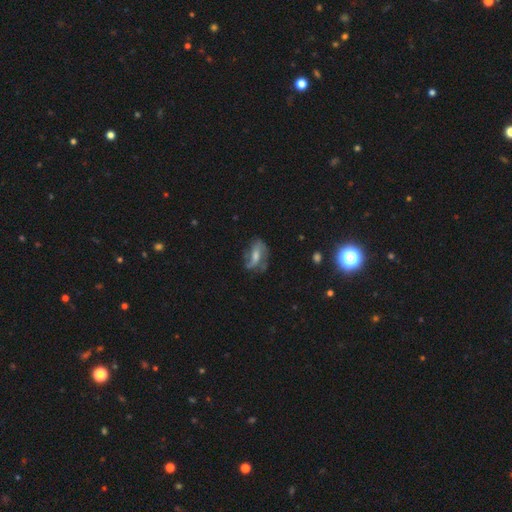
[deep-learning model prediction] Smooth or featured?
  - featured or disk: 58% *
  - smooth: 33%
  - star or artifact: 9%
Edge-on disk?
  - no: 92% *
  - yes: 8%
Bar?
  - no: 40% * (tied)
  - weak: 40% * (tied)
  - strong: 20%
Spiral arms?
  - yes: 73% *
  - no: 27%
Bulge size?
  - moderate: 46% *
  - small: 30%
  - none: 12%
  - large: 10%
  - dominant: 2%
Merging?
  - none: 47% *
  - minor disturbance: 26%
  - major disturbance: 23%
  - merger: 3%